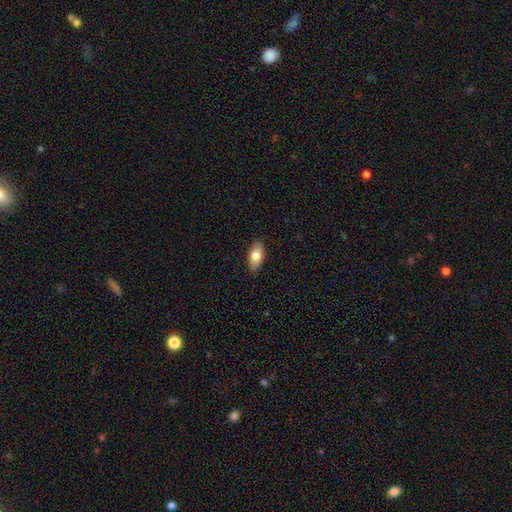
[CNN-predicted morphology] Smooth or featured?
  - smooth: 79% *
  - featured or disk: 14%
  - star or artifact: 7%
How rounded?
  - in between: 92% *
  - cigar-shaped: 4%
  - round: 4%
Merging?
  - none: 88% *
  - minor disturbance: 9%
  - major disturbance: 2%
  - merger: 1%